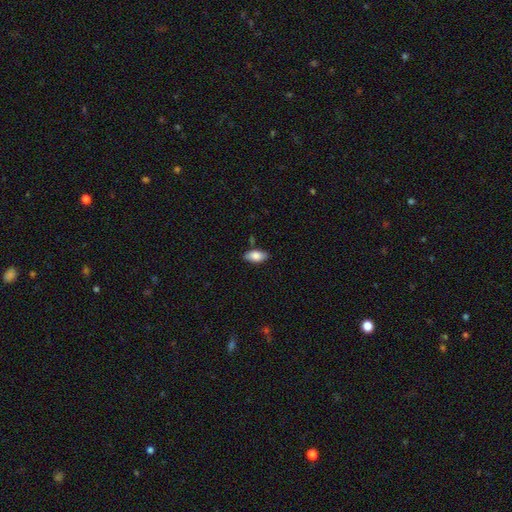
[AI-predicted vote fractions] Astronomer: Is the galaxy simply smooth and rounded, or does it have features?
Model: smooth — 85%.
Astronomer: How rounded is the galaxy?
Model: in between — 92%.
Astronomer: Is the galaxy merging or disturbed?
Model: none — 82%.